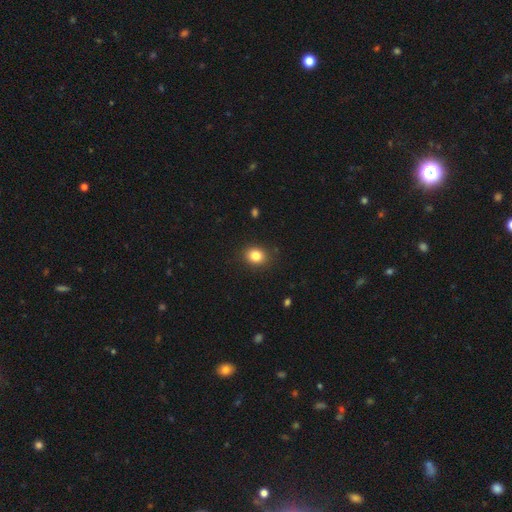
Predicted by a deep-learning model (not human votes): Smooth or featured? Predicted: smooth (p=0.83). How rounded? Predicted: round (p=0.63). Merging? Predicted: none (p=0.88).